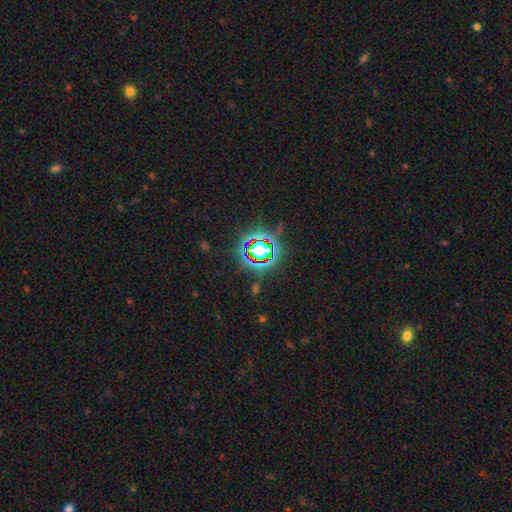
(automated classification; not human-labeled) smooth_or_featured: star or artifact (p=0.71) [alt: smooth p=0.19]